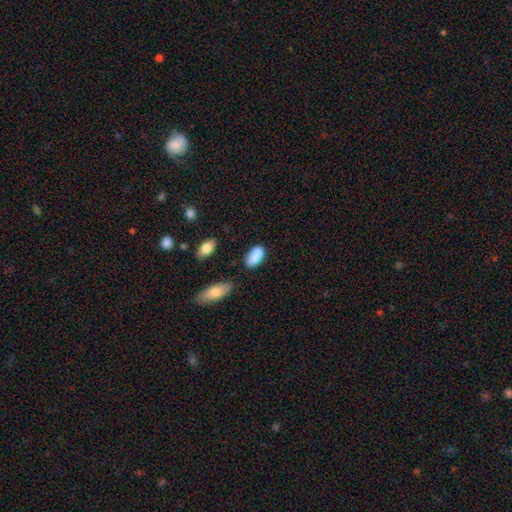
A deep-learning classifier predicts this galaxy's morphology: smooth 86%, star or artifact 7%, featured or disk 7%. Down the decision tree: how rounded — in between (91%); merging — none (69%).